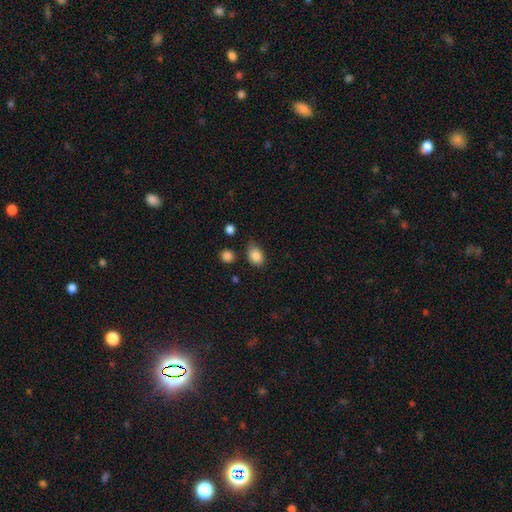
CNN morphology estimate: smooth-or-featured: smooth: 85% | star or artifact: 10% | featured or disk: 6%
  how-rounded: in between: 65% | round: 34% | cigar-shaped: 1%
  merging: none: 62% | minor disturbance: 29% | major disturbance: 6% | merger: 4%